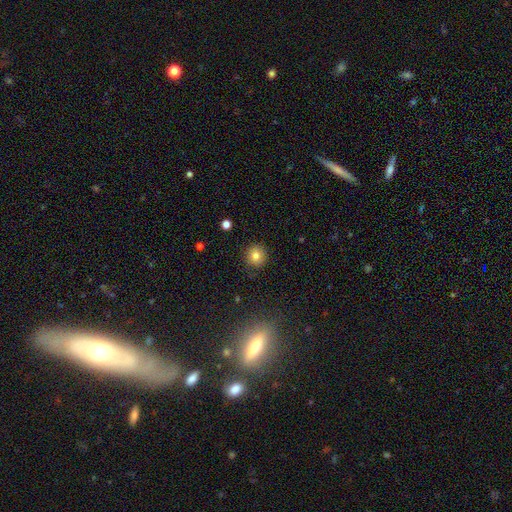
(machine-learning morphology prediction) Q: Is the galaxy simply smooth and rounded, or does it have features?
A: smooth — 80%.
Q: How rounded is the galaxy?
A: round — 91%.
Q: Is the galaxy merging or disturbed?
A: none — 88%.